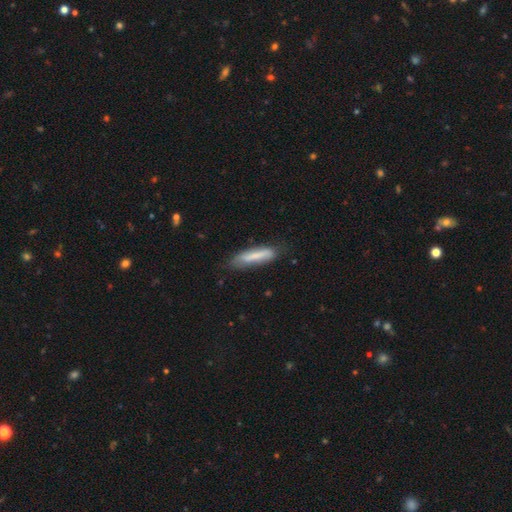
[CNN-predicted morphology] smooth_or_featured: smooth (p=0.74) [alt: featured or disk p=0.19]
how_rounded: cigar-shaped (p=0.80) [alt: in between p=0.18]
merging: none (p=0.71) [alt: minor disturbance p=0.21]